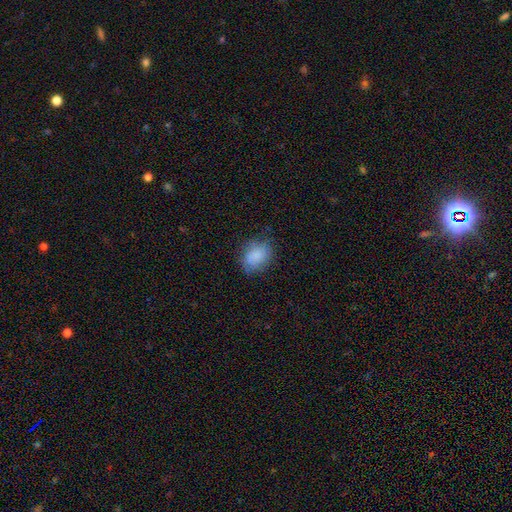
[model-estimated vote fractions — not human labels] Overall: smooth (84%). How rounded: in between (69%; round 29%). Merging: none (70%).